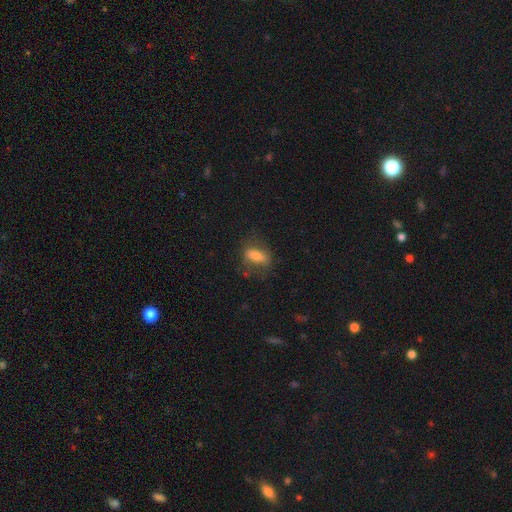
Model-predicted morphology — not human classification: This is likely a smooth galaxy (71%). How rounded: likely in between (73%). Merging: likely none (65%).